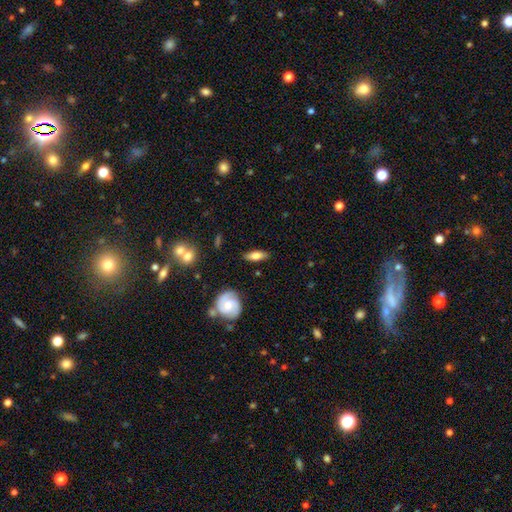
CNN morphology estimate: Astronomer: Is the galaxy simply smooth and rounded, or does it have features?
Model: smooth — 62%.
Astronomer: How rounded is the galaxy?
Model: in between — 63%.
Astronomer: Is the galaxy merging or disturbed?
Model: none — 83%.